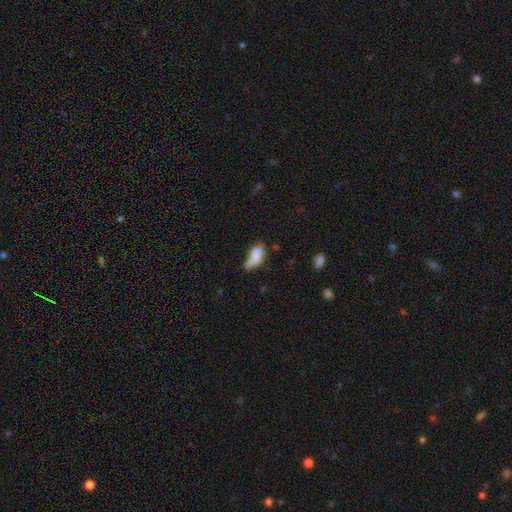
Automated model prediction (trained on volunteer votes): Smooth or featured?
  - smooth: 73% *
  - featured or disk: 17%
  - star or artifact: 10%
How rounded?
  - in between: 84% *
  - cigar-shaped: 12%
  - round: 4%
Merging?
  - minor disturbance: 29% *
  - none: 26%
  - merger: 24%
  - major disturbance: 22%